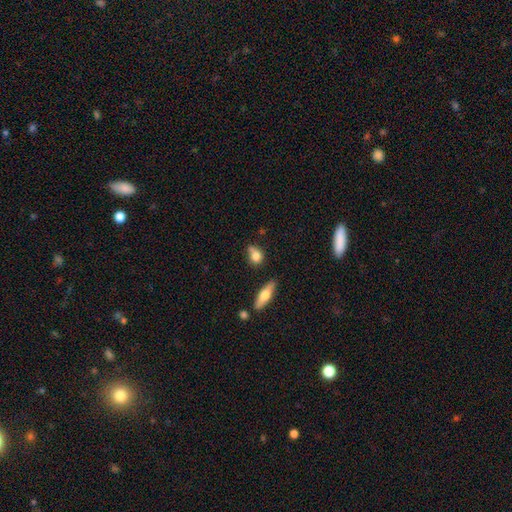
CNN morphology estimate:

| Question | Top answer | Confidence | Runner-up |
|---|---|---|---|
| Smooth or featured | smooth | 77% | featured or disk (14%) |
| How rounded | in between | 52% | round (41%) |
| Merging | none | 48% | minor disturbance (31%) |